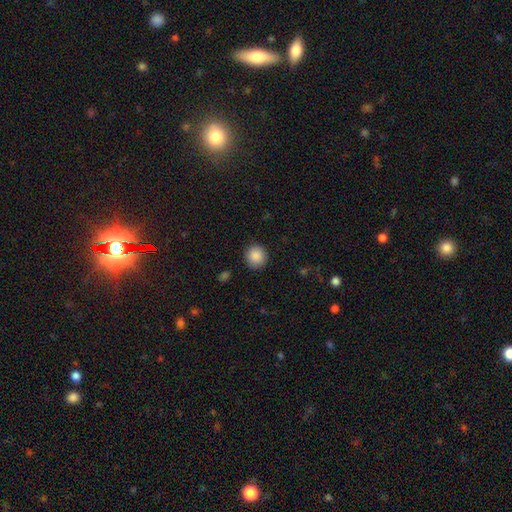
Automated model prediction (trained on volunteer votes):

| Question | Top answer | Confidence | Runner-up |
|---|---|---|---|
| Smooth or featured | smooth | 88% | star or artifact (9%) |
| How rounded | round | 91% | in between (8%) |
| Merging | none | 90% | minor disturbance (7%) |